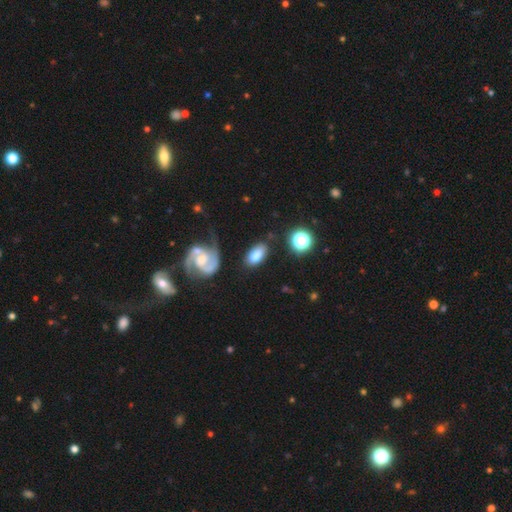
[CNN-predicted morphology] smooth 71%, featured or disk 20%, star or artifact 9%. Down the decision tree: how rounded — in between (91%); merging — none (72%).